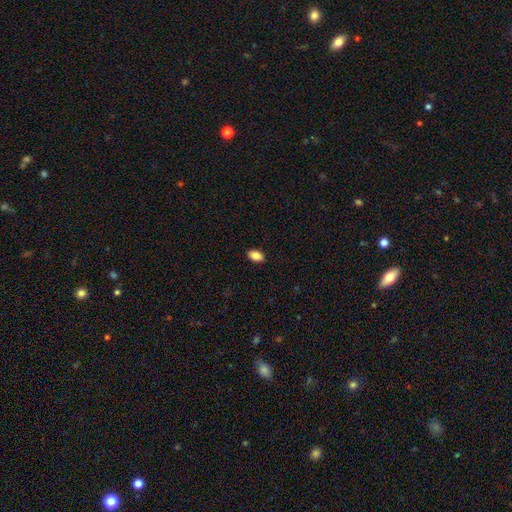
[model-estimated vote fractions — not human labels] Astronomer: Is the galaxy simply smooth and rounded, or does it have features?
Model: smooth — 86%.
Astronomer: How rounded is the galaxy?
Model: in between — 88%.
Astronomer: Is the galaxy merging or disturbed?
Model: none — 90%.